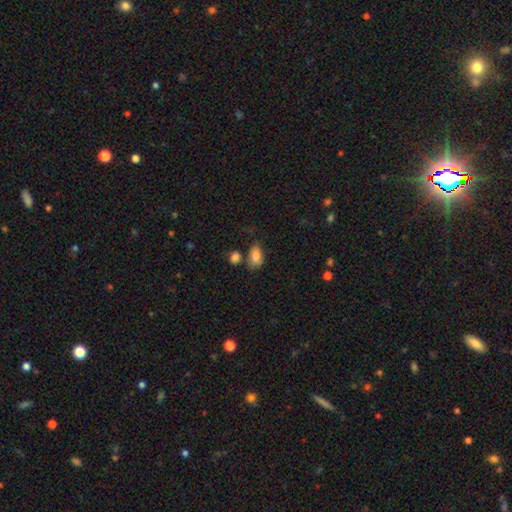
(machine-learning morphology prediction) Smooth or featured?
  - smooth: 84% *
  - star or artifact: 8%
  - featured or disk: 8%
How rounded?
  - in between: 90% *
  - round: 8%
  - cigar-shaped: 3%
Merging?
  - none: 57% *
  - minor disturbance: 23%
  - merger: 13%
  - major disturbance: 7%